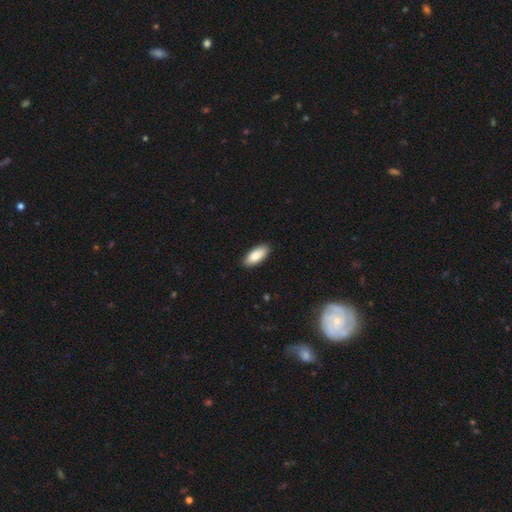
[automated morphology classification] Smooth or featured? Predicted: smooth (p=0.84). How rounded? Predicted: in between (p=0.85). Merging? Predicted: none (p=0.90).